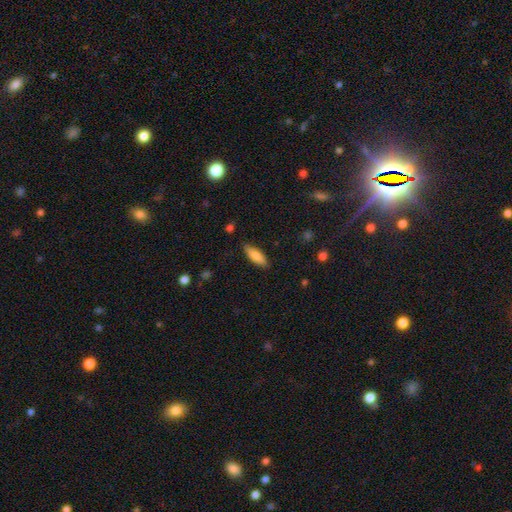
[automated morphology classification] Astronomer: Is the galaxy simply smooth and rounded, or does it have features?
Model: smooth — 80%.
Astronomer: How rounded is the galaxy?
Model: in between — 57% (runner-up: cigar-shaped, 41%).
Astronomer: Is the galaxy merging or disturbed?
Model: none — 85%.